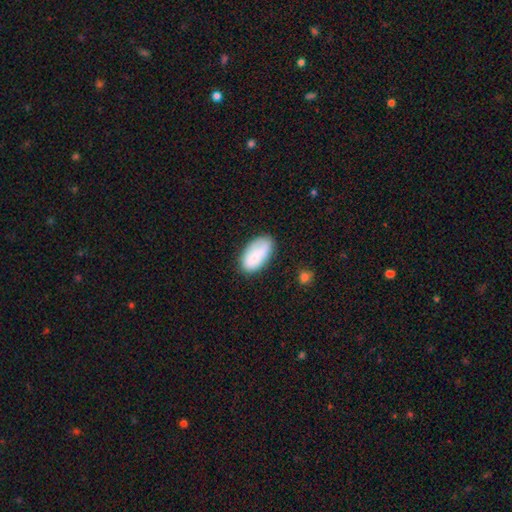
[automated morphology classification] This is clearly a smooth galaxy (80%). How rounded: clearly in between (95%). Merging: likely none (75%).